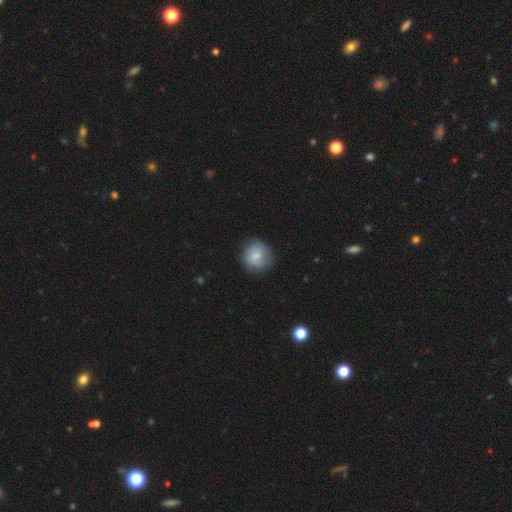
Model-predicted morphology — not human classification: Overall: smooth (67%). How rounded: round (87%). Merging: none (74%).